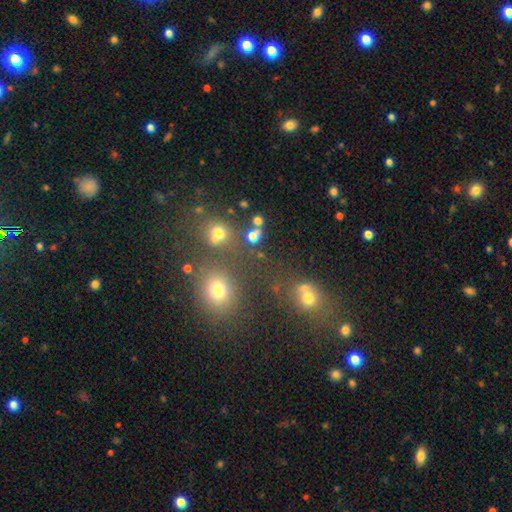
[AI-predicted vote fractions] smooth 50%, star or artifact 40%, featured or disk 9%. Down the decision tree: how rounded — round (74%); merging — none (65%).